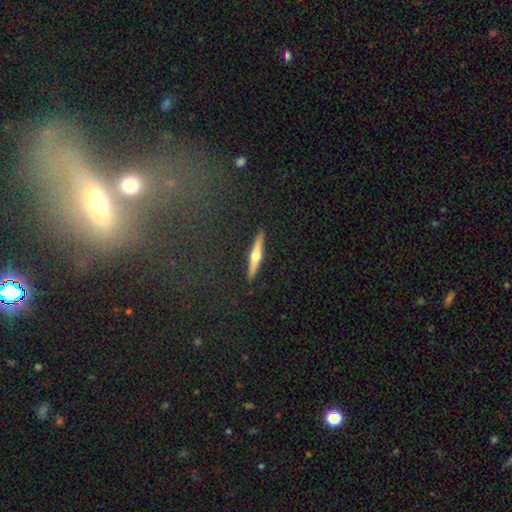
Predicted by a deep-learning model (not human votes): featured or disk 60%, smooth 33%, star or artifact 7%. Down the decision tree: edge-on disk — yes (96%); edge-on bulge — rounded (90%); merging — none (91%).